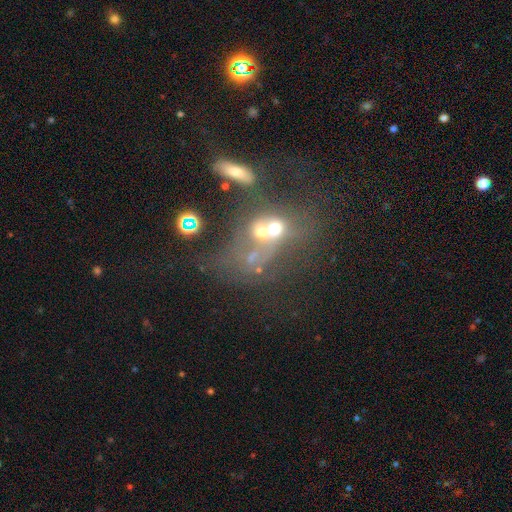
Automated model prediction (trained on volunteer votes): A smooth galaxy with no disk features (37%).

Vote fractions:
- Smooth or featured? smooth: 37% / featured or disk: 36% / star or artifact: 28%
- Merging? merger: 55% / none: 21% / major disturbance: 15% / minor disturbance: 9%